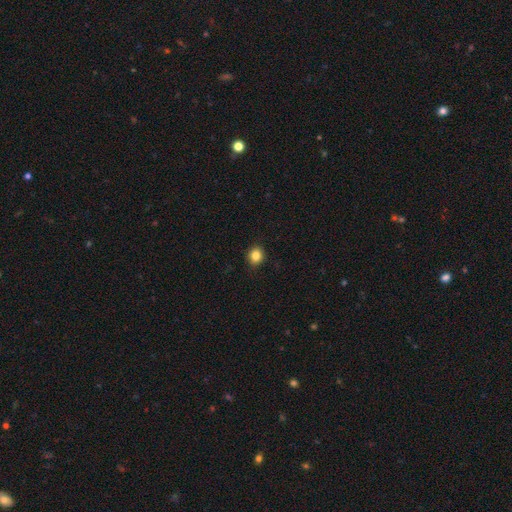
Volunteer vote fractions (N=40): Overall: smooth (80%). How rounded: round (81%). Merging: none (86%).